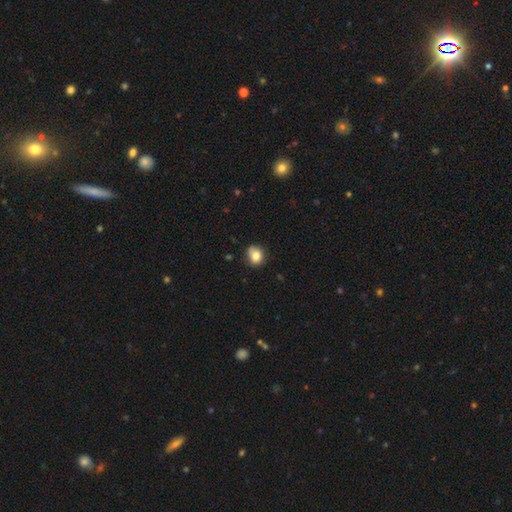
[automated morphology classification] type=smooth (80%); roundness=round (67%); merging=none (67%).